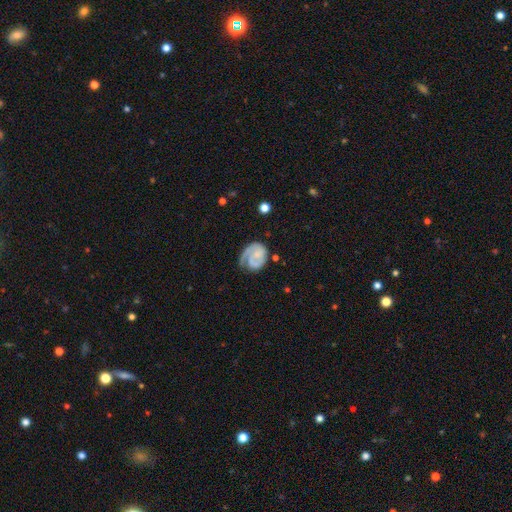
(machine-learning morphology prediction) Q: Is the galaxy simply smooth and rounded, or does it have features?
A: featured or disk — 72%.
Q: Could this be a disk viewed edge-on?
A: no — 98%.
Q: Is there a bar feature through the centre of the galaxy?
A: no — 71%.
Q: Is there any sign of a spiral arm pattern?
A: yes — 91%.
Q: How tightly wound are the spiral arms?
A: tight — 52%.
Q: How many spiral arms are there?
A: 1 — 53%.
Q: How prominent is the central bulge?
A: small — 52%.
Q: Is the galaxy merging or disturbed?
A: none — 49%.